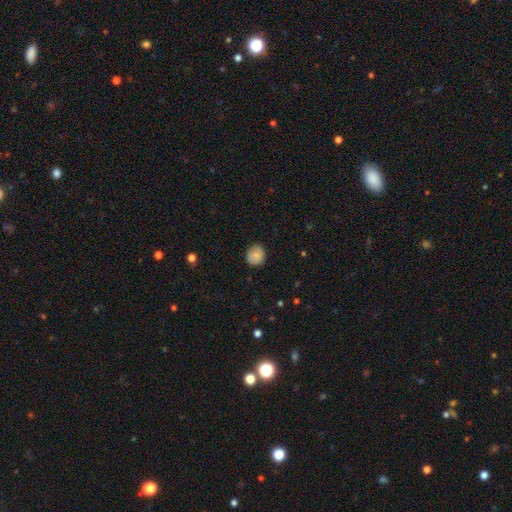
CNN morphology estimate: A smooth galaxy with no disk features (79%) that is round (75%). Merging: none (80%).